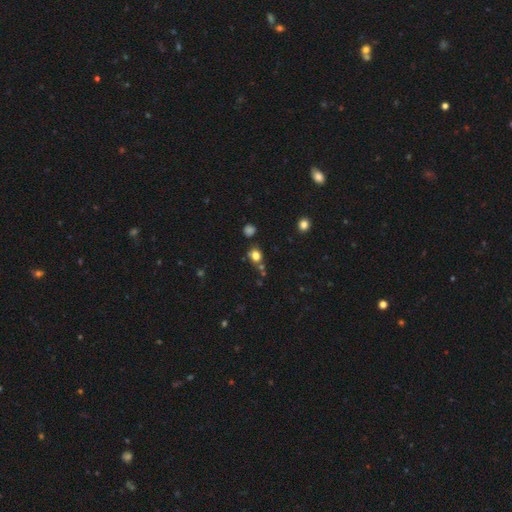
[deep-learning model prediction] A smooth galaxy with no disk features (74%) that is round (73%).

Vote fractions:
- Smooth or featured? smooth: 74% / star or artifact: 18% / featured or disk: 8%
- How rounded? round: 73% / in between: 26% / cigar-shaped: 1%
- Merging? none: 69% / minor disturbance: 14% / merger: 12% / major disturbance: 5%